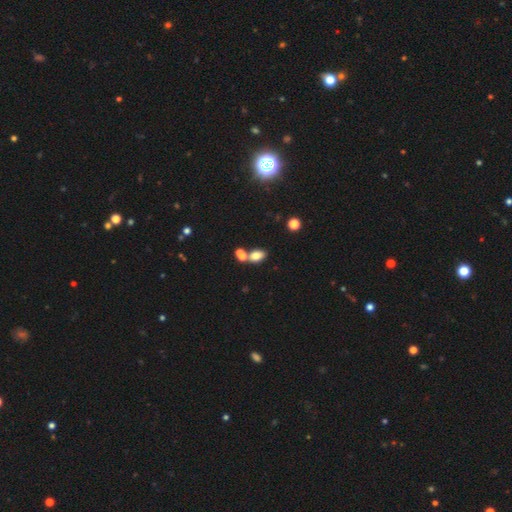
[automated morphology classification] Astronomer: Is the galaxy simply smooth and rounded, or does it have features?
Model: smooth — 76%.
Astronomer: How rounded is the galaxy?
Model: in between — 85%.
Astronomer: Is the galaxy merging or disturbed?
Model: none — 44% (runner-up: merger, 42%).